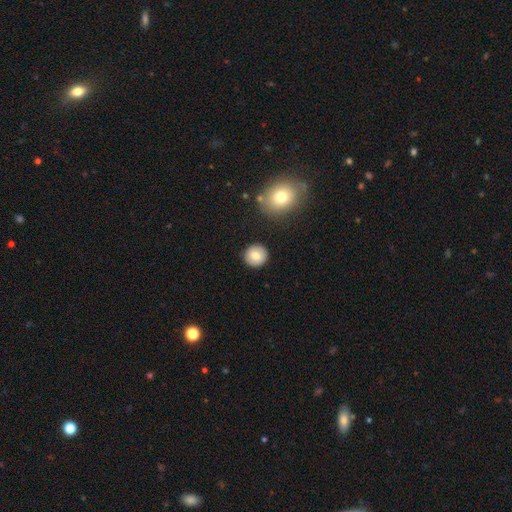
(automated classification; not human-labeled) Smooth or featured: smooth — 82% (featured or disk — 10%)
How rounded: round — 93% (in between — 6%)
Merging: none — 90% (minor disturbance — 6%)